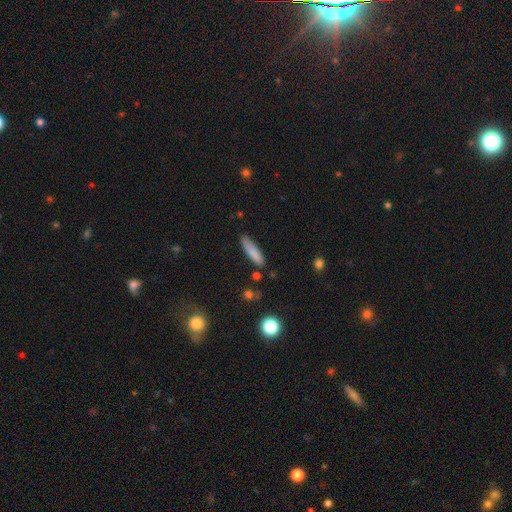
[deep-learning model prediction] This is clearly a smooth galaxy (82%). How rounded: likely cigar-shaped (77%). Merging: likely none (79%).